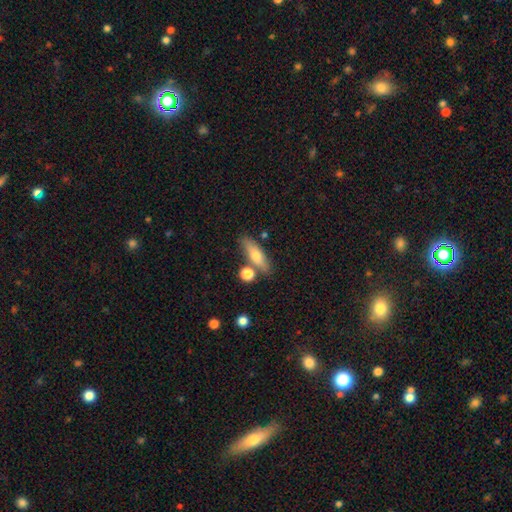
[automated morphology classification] A smooth galaxy with no disk features (65%) that is cigar-shaped (53%).

Vote fractions:
- Smooth or featured? smooth: 65% / featured or disk: 27% / star or artifact: 7%
- How rounded? cigar-shaped: 53% / in between: 43% / round: 4%
- Merging? none: 72% / minor disturbance: 12% / merger: 12% / major disturbance: 3%